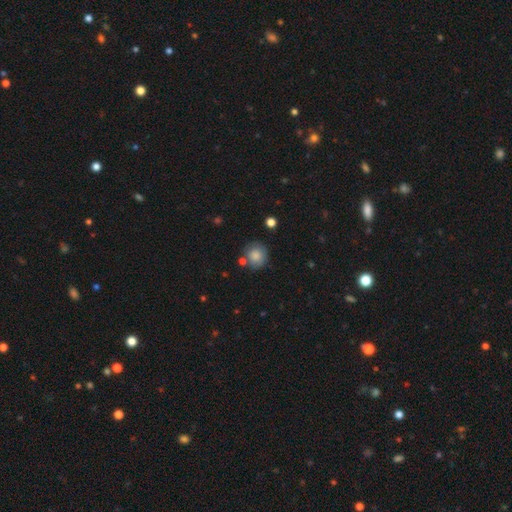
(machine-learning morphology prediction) smooth 82%, featured or disk 10%, star or artifact 8%. Down the decision tree: how rounded — round (87%); merging — none (72%).